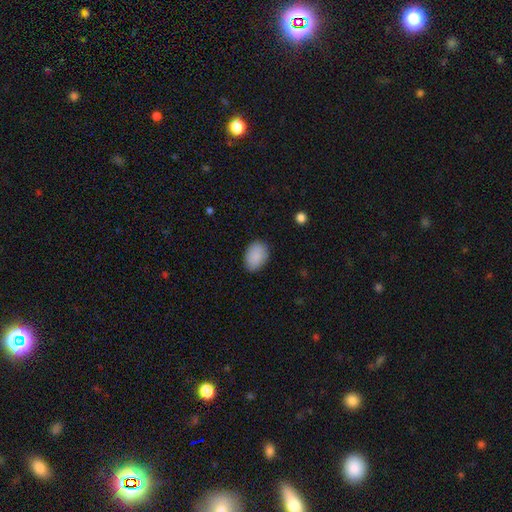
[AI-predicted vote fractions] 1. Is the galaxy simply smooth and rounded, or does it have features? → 89% smooth, 7% star or artifact, 4% featured or disk.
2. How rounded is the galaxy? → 83% in between, 16% round, 1% cigar-shaped.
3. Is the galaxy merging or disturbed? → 84% none, 13% minor disturbance, 3% major disturbance, 1% merger.